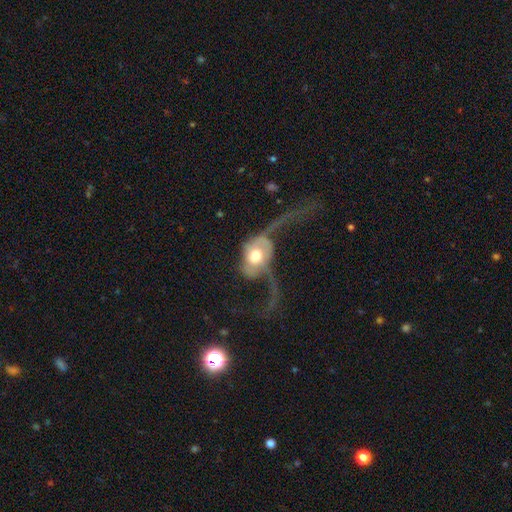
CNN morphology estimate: Smooth or featured? Predicted: featured or disk (p=0.60). Edge-on disk? Predicted: no (p=0.92). Bar? Predicted: no (p=0.77). Spiral arms? Predicted: yes (p=0.63). Bulge size? Predicted: moderate (p=0.61). Merging? Predicted: major disturbance (p=0.65).